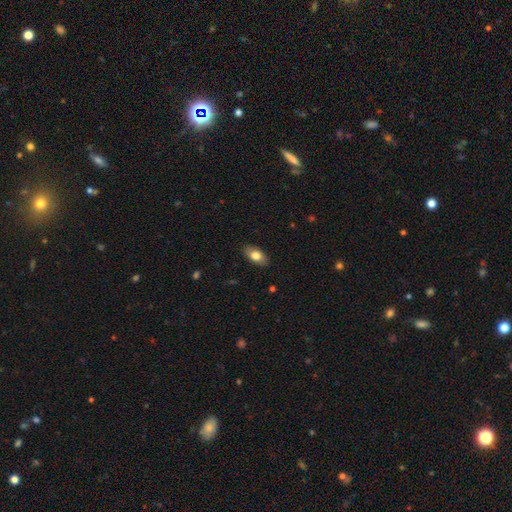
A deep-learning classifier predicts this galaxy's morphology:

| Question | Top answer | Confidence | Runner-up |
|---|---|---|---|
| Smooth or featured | smooth | 79% | featured or disk (15%) |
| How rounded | in between | 92% | round (5%) |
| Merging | none | 87% | minor disturbance (10%) |